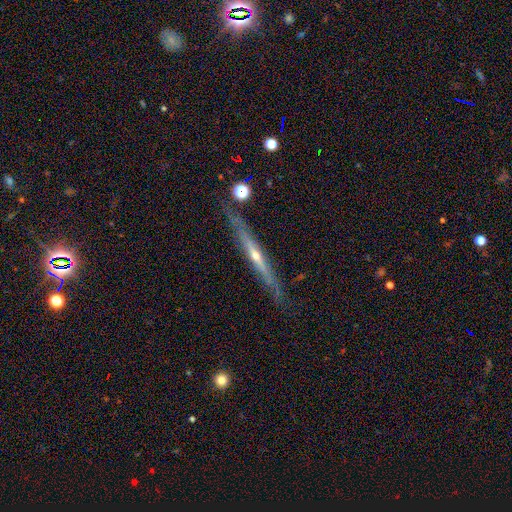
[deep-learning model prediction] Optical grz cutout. It shows a featured or disk galaxy (76%) viewed edge-on (94%) with a rounded central bulge (68%). Merging: none (78%).